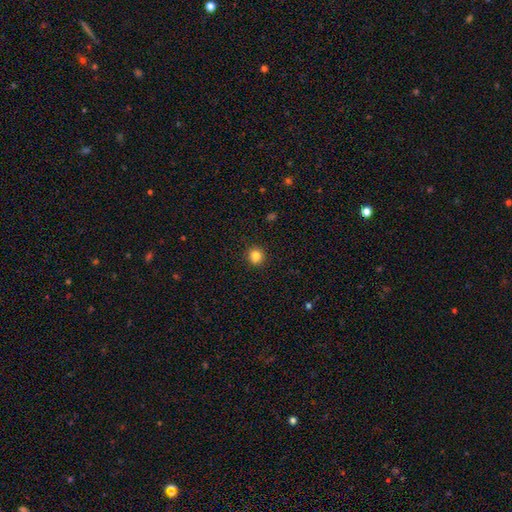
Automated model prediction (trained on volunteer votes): smooth 85%, star or artifact 11%, featured or disk 4%. Down the decision tree: how rounded — round (88%); merging — none (91%).